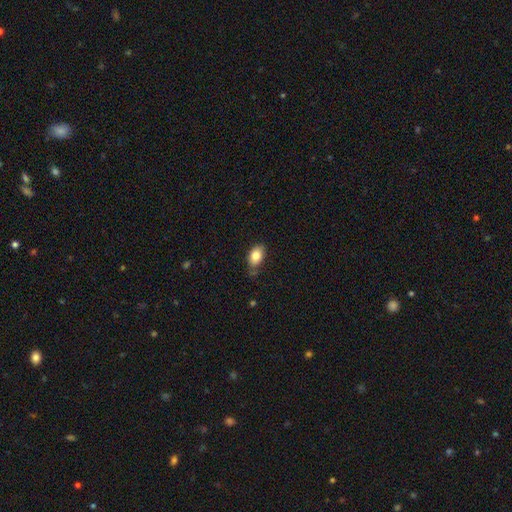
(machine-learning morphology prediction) This is clearly a smooth galaxy (81%). How rounded: clearly in between (86%). Merging: likely none (68%).